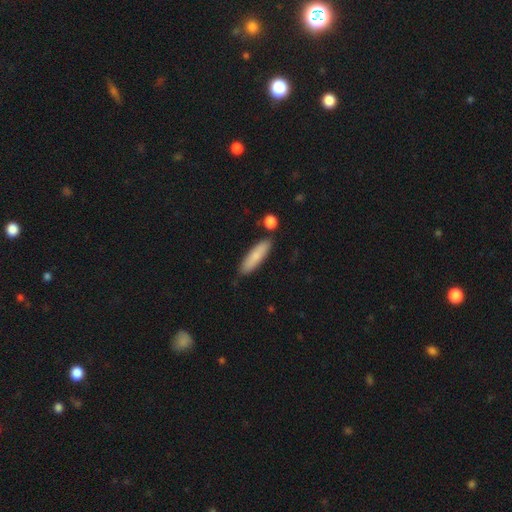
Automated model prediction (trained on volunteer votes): smooth 79%, featured or disk 15%, star or artifact 6%. Down the decision tree: how rounded — cigar-shaped (69%); merging — none (80%).